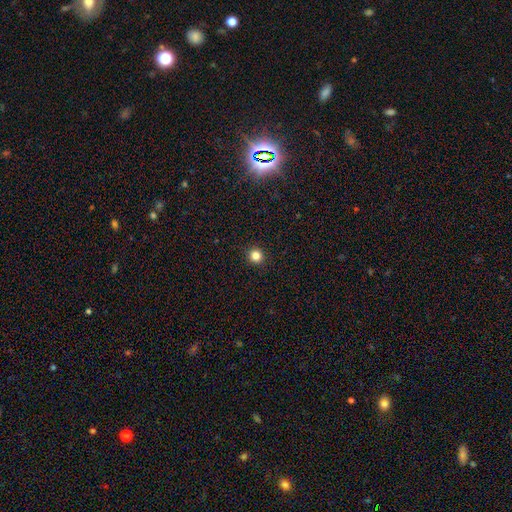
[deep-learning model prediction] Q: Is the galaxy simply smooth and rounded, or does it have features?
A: smooth — 83%.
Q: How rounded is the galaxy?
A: round — 94%.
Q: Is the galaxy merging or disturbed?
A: none — 93%.